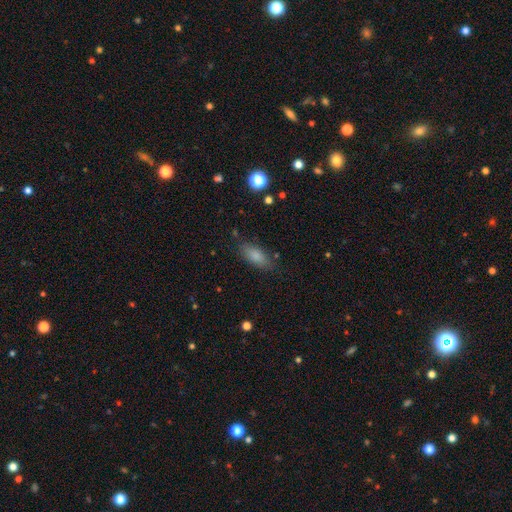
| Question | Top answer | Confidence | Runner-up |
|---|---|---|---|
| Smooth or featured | smooth | 87% | star or artifact (10%) |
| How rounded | in between | 97% | round (3%) |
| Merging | none | 91% | minor disturbance (9%) |